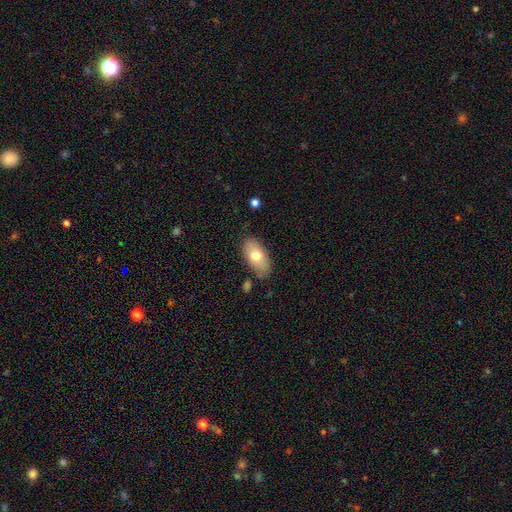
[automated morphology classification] Q: Smooth or featured?
A: smooth (70%); runner-up: featured or disk (23%)
Q: How rounded?
A: in between (92%); runner-up: round (4%)
Q: Merging?
A: none (81%); runner-up: minor disturbance (13%)